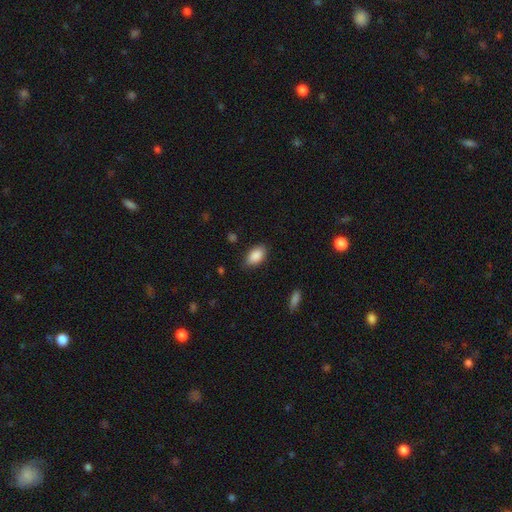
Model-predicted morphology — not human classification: A smooth galaxy with no disk features (89%) that is in between round and cigar-shaped (92%).

Vote fractions:
- Smooth or featured? smooth: 89% / star or artifact: 7% / featured or disk: 5%
- How rounded? in between: 92% / round: 6% / cigar-shaped: 2%
- Merging? none: 82% / minor disturbance: 14% / major disturbance: 3% / merger: 1%